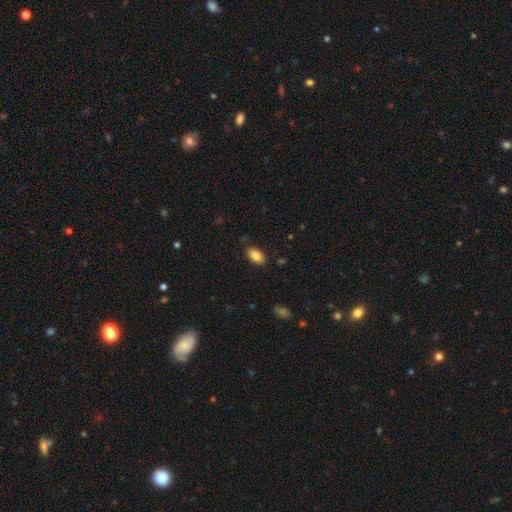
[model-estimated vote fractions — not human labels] A smooth galaxy with no disk features (86%) that is in between round and cigar-shaped (93%).

Vote fractions:
- Smooth or featured? smooth: 86% / star or artifact: 8% / featured or disk: 6%
- How rounded? in between: 93% / round: 4% / cigar-shaped: 3%
- Merging? none: 86% / minor disturbance: 10% / major disturbance: 3% / merger: 1%